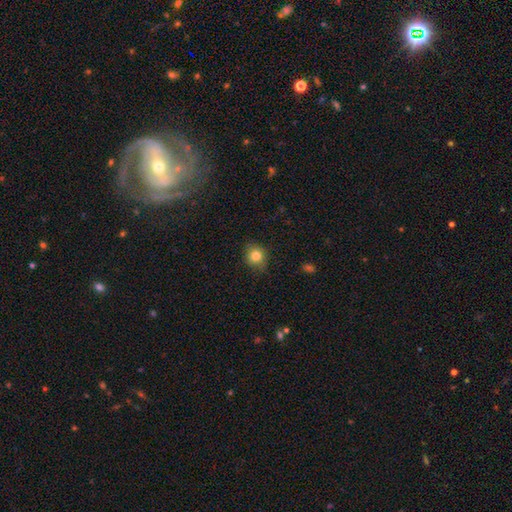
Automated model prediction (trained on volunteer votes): Smooth or featured? Predicted: smooth (p=0.81). How rounded? Predicted: round (p=0.77). Merging? Predicted: none (p=0.82).